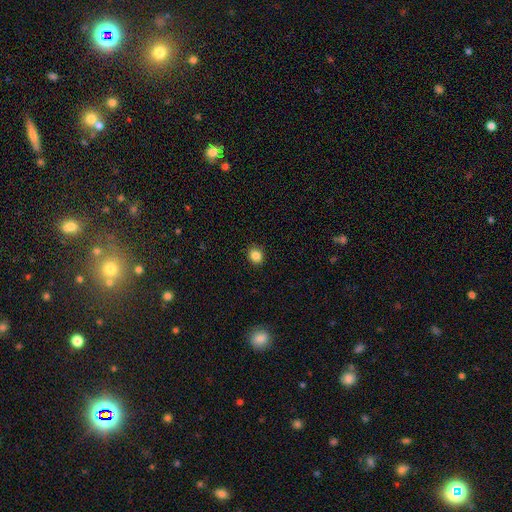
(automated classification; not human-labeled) A smooth galaxy with no disk features (85%) that is round (70%). Merging: none (90%).